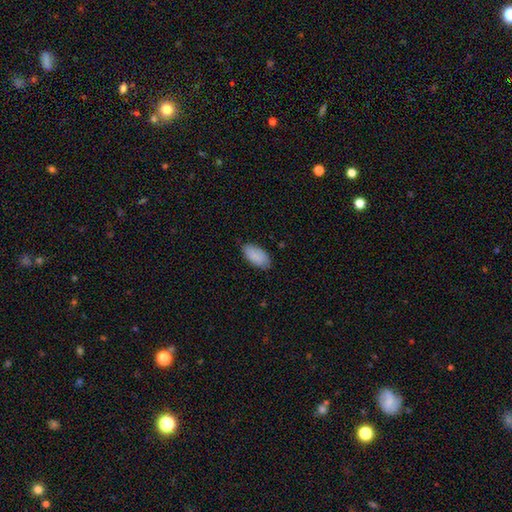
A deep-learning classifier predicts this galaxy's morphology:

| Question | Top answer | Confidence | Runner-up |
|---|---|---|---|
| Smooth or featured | smooth | 89% | star or artifact (6%) |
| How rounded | in between | 94% | cigar-shaped (4%) |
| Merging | none | 79% | minor disturbance (17%) |